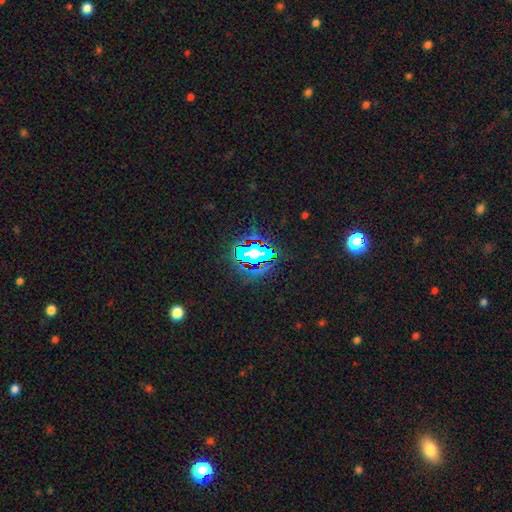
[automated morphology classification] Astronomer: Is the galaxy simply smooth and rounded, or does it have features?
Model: star or artifact — 53% (runner-up: smooth, 29%).